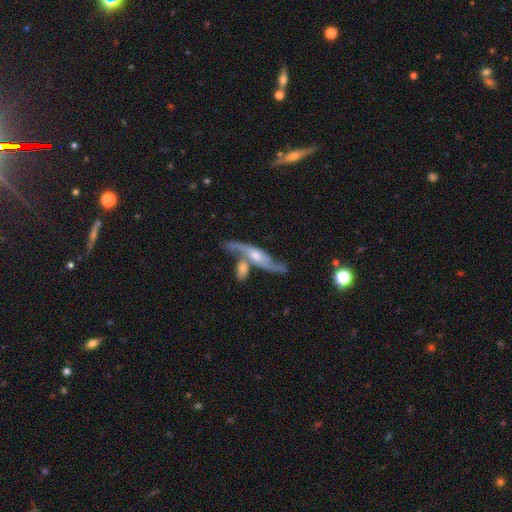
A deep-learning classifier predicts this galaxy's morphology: Smooth or featured? featured or disk (84%)
Edge-on disk? no (63%)
Bar? no (57%)
Spiral arms? yes (92%)
Bulge size? moderate (51%)
Merging? none (45%)